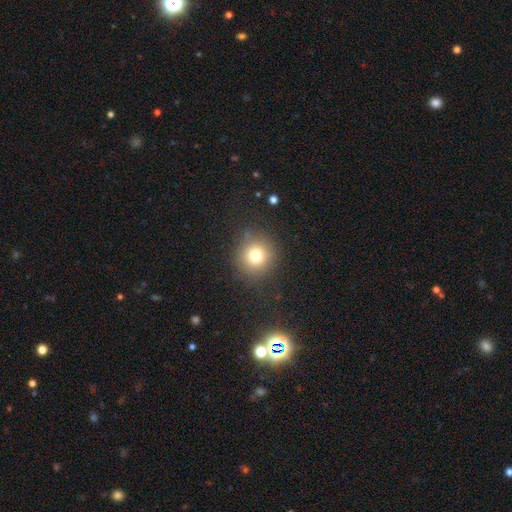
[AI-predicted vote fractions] This is likely a smooth galaxy (75%). How rounded: clearly round (91%). Merging: clearly none (85%).